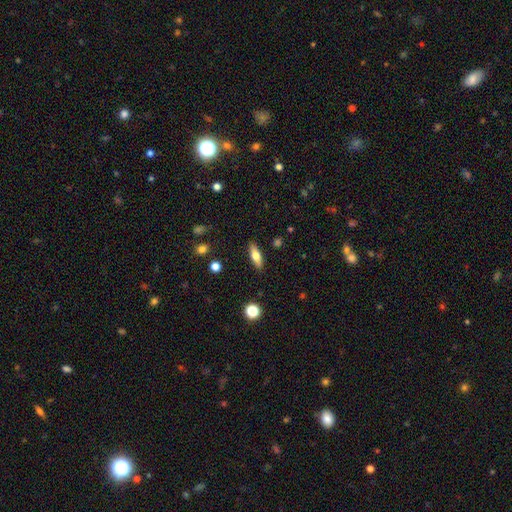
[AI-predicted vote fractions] smooth-or-featured: smooth: 60% | featured or disk: 33% | star or artifact: 7%
  how-rounded: in between: 51% | cigar-shaped: 46% | round: 3%
  merging: none: 88% | minor disturbance: 9% | major disturbance: 2% | merger: 1%